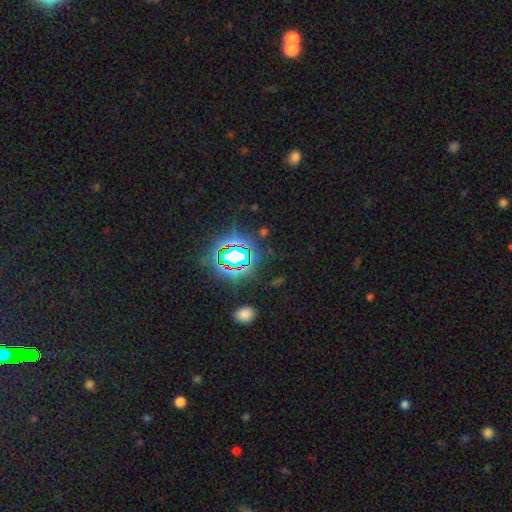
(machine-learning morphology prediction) Q: Smooth or featured?
A: star or artifact (79%); runner-up: smooth (12%)